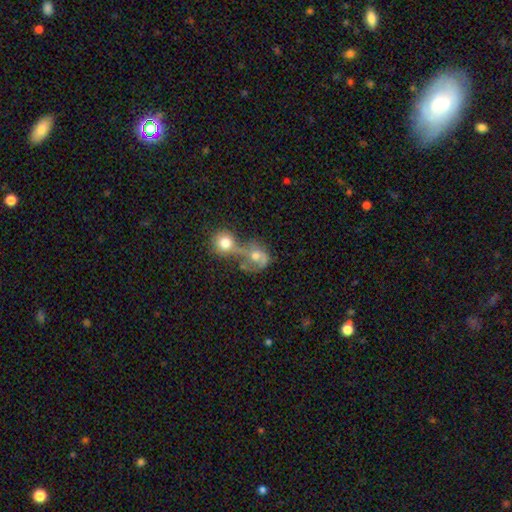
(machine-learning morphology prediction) smooth-or-featured: smooth: 50% | featured or disk: 37% | star or artifact: 14%
  merging: merger: 60% | none: 20% | major disturbance: 11% | minor disturbance: 9%